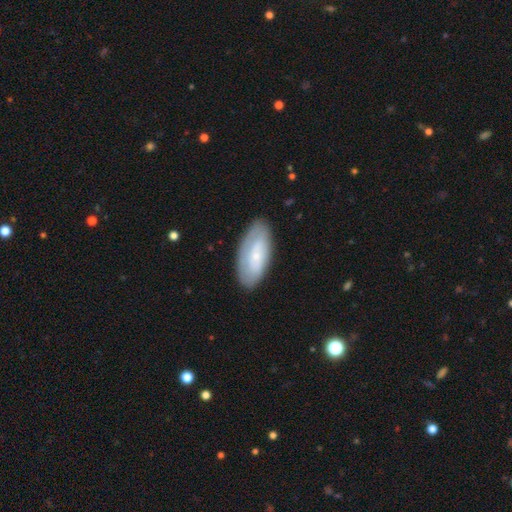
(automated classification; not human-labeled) smooth-or-featured: smooth: 54% | featured or disk: 40% | star or artifact: 6%
  how-rounded: in between: 89% | cigar-shaped: 8% | round: 2%
  merging: none: 79% | minor disturbance: 16% | major disturbance: 4% | merger: 1%